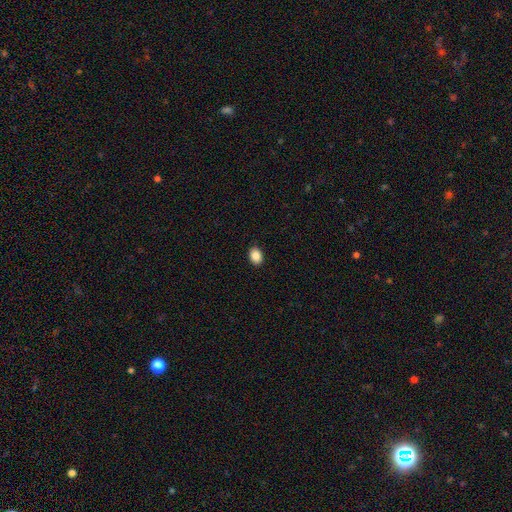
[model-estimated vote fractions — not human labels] The model was most divided on "how rounded": in between: 70%, round: 29%, cigar-shaped: 1%. More confident: merging — none (91%); smooth or featured — smooth (88%).